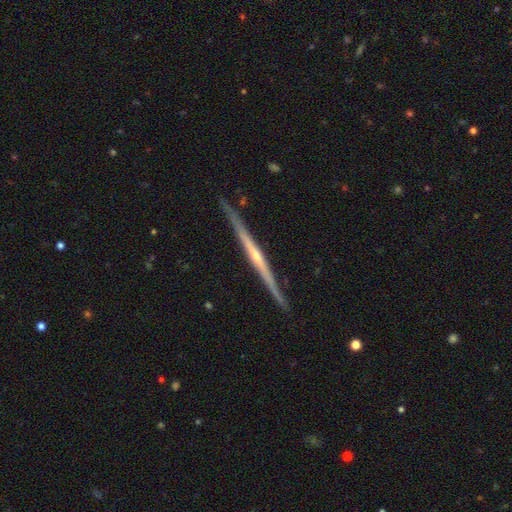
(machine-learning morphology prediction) smooth_or_featured: featured or disk (p=0.85) [alt: smooth p=0.10]
disk_edge_on: yes (p=0.98) [alt: no p=0.02]
edge_on_bulge: rounded (p=0.70) [alt: none p=0.23]
merging: none (p=0.90) [alt: minor disturbance p=0.08]